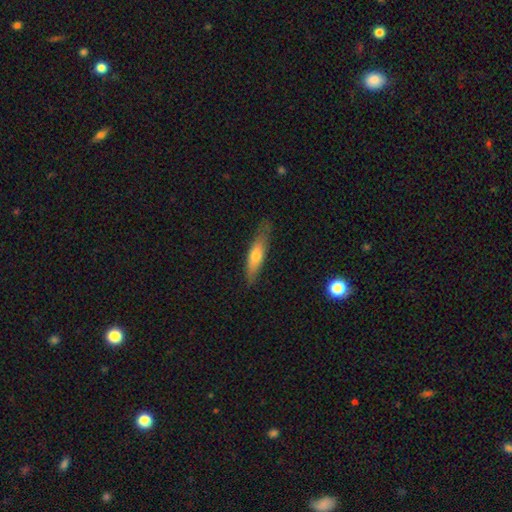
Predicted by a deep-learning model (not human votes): This appears to be a smooth galaxy with no disk features (60%) that is cigar-shaped (72%). Merging: none (77%).